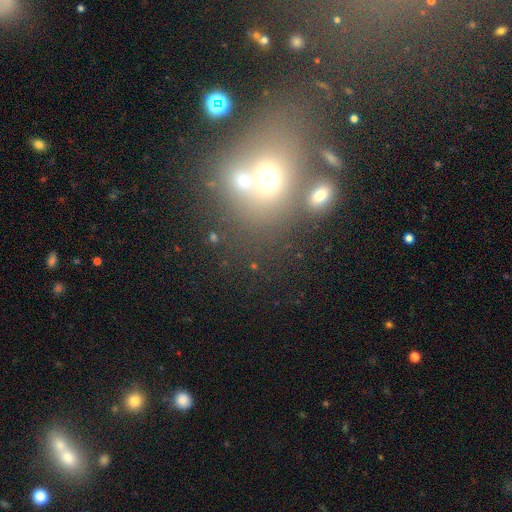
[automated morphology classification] type=smooth (42%); merging=merger (44%).